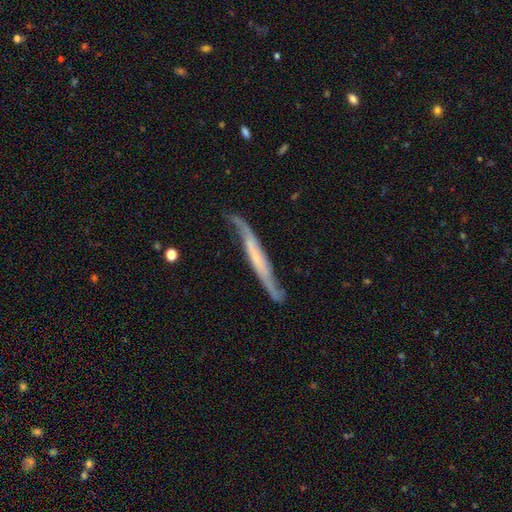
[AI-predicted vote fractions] This is likely a featured or disk galaxy (76%). It is likely viewed edge-on (61%). Merging: likely none (64%).